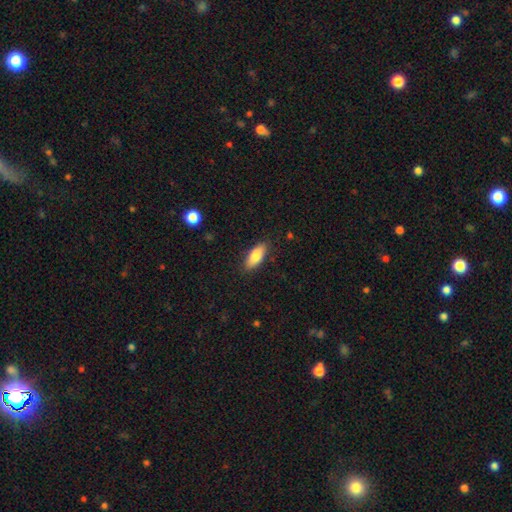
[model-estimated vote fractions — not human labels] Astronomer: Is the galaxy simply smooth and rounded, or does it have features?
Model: smooth — 83%.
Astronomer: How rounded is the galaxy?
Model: in between — 79%.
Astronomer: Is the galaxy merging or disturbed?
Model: none — 86%.